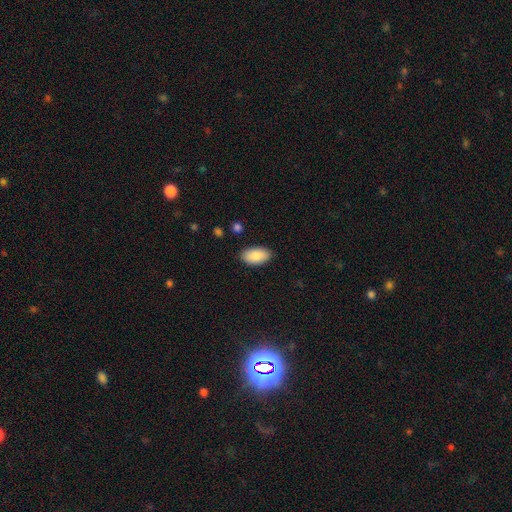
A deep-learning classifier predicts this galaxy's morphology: smooth_or_featured: smooth (p=0.88) [alt: featured or disk p=0.06]
how_rounded: in between (p=0.95) [alt: round p=0.03]
merging: none (p=0.88) [alt: minor disturbance p=0.09]